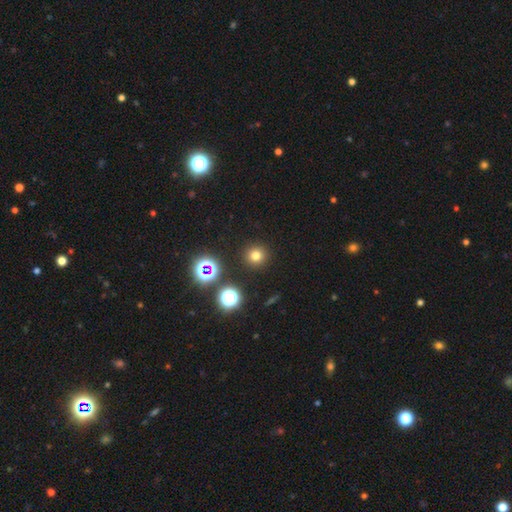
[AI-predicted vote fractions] This is likely a smooth galaxy (74%). How rounded: clearly round (94%). Merging: clearly none (91%).